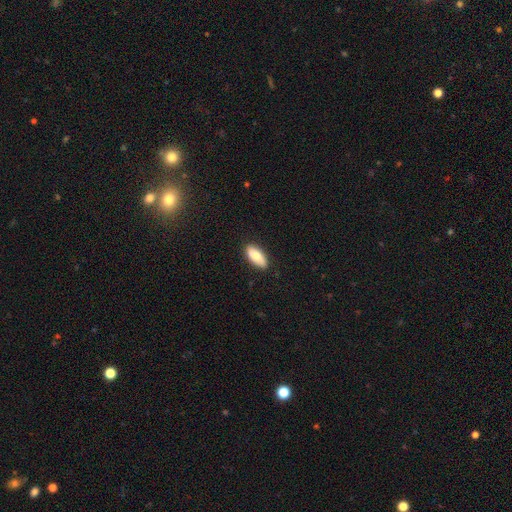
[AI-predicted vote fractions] This is likely a smooth galaxy (77%). How rounded: clearly in between (88%). Merging: clearly none (87%).